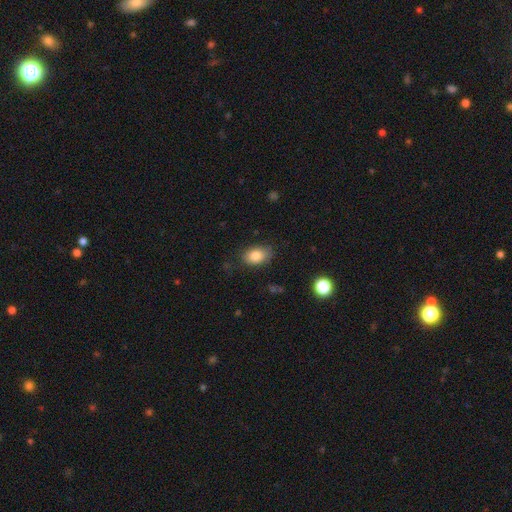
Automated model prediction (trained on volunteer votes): A smooth galaxy with no disk features (85%) that is in between round and cigar-shaped (84%). Merging: none (79%).